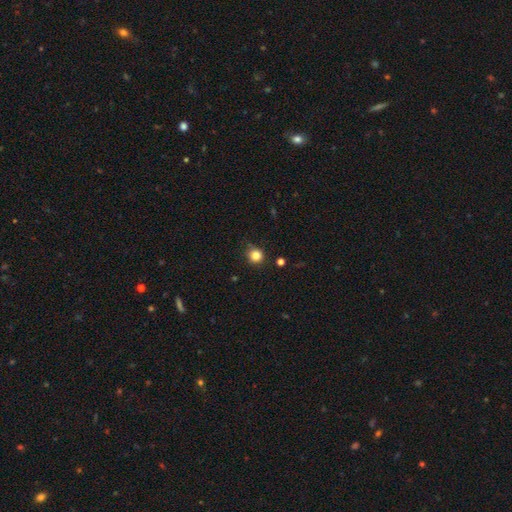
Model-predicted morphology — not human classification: This is clearly a smooth galaxy (82%). How rounded: clearly round (90%). Merging: likely none (79%).